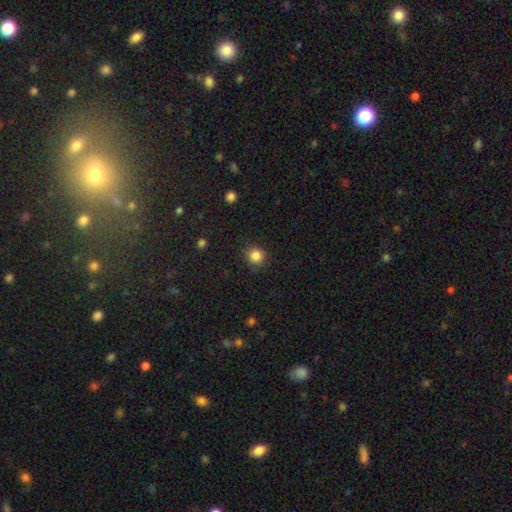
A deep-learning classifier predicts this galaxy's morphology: Q: Smooth or featured?
A: smooth (86%); runner-up: star or artifact (11%)
Q: How rounded?
A: round (93%); runner-up: in between (6%)
Q: Merging?
A: none (90%); runner-up: minor disturbance (7%)